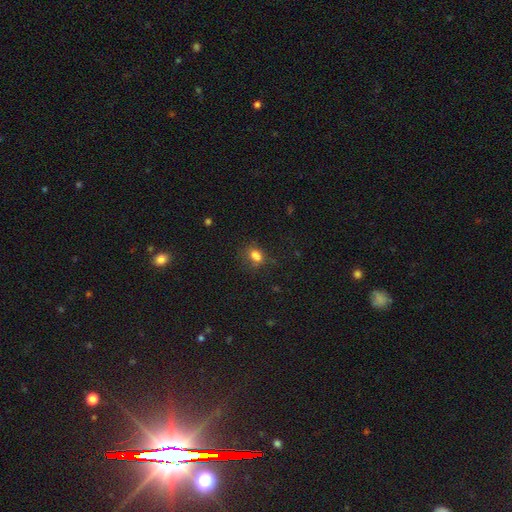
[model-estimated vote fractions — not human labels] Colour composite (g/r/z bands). It shows a smooth galaxy with no disk features (75%) that is in between round and cigar-shaped (64%). Merging: none (53%).